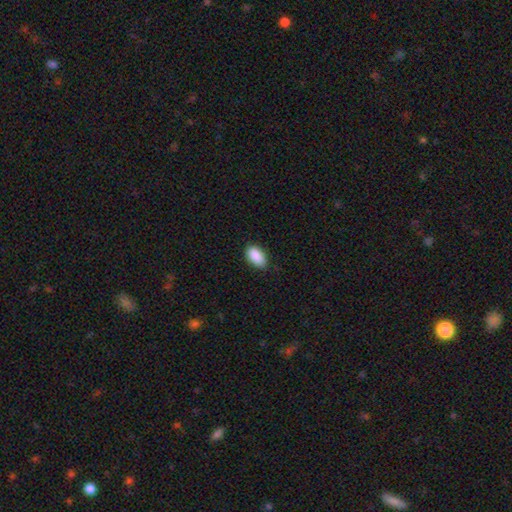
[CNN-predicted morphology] This is clearly a smooth galaxy (90%). How rounded: clearly in between (94%). Merging: clearly none (83%).